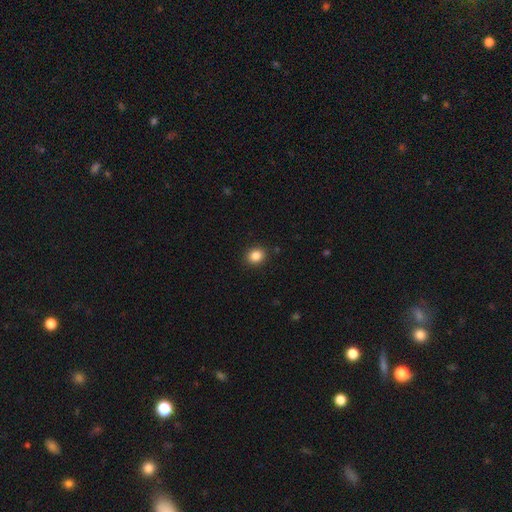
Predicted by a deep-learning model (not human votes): The model was most divided on "how rounded": round: 67%, in between: 32%, cigar-shaped: 1%. More confident: merging — none (90%); smooth or featured — smooth (86%).